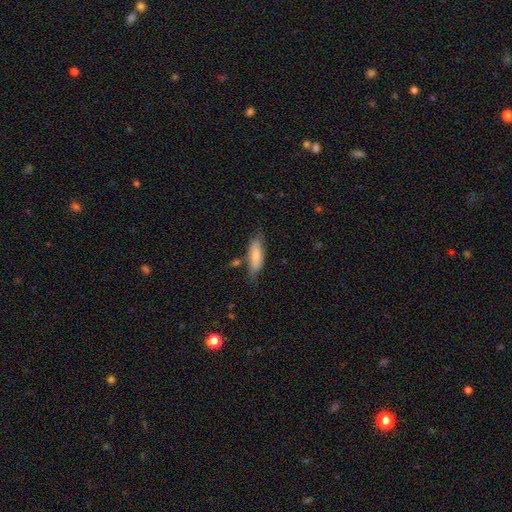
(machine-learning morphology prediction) Smooth or featured? smooth (77%)
How rounded? in between (58%)
Merging? none (62%)